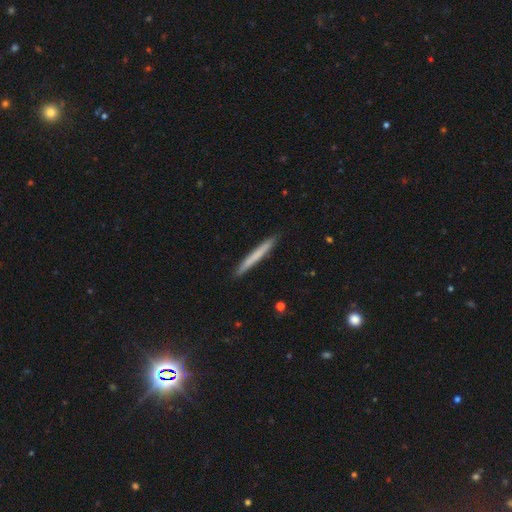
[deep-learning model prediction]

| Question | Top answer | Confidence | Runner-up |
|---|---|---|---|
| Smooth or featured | smooth | 65% | featured or disk (29%) |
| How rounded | cigar-shaped | 97% | in between (2%) |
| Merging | none | 92% | minor disturbance (6%) |